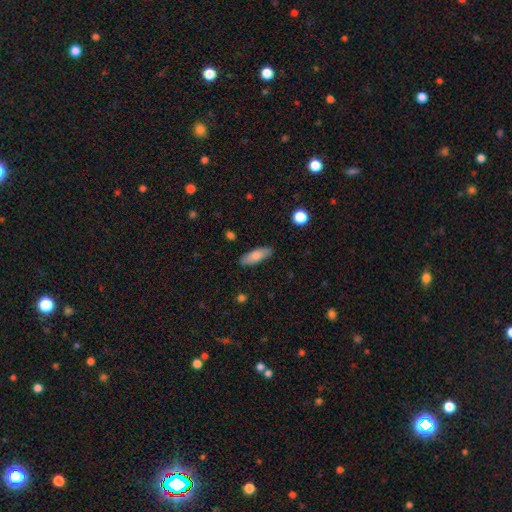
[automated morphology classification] Smooth or featured: smooth — 81% (featured or disk — 13%)
How rounded: in between — 59% (cigar-shaped — 39%)
Merging: none — 87% (minor disturbance — 9%)